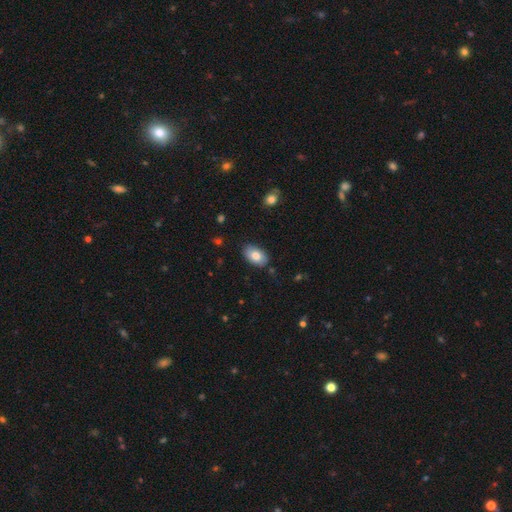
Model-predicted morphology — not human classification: smooth_or_featured: smooth (p=0.80) [alt: featured or disk p=0.13]
how_rounded: in between (p=0.93) [alt: round p=0.06]
merging: none (p=0.85) [alt: minor disturbance p=0.11]